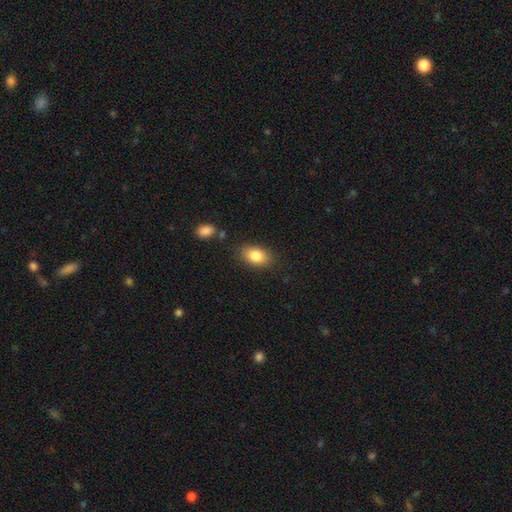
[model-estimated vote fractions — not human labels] A smooth galaxy with no disk features (84%) that is in between round and cigar-shaped (86%).

Vote fractions:
- Smooth or featured? smooth: 84% / featured or disk: 8% / star or artifact: 8%
- How rounded? in between: 86% / round: 13% / cigar-shaped: 2%
- Merging? none: 82% / minor disturbance: 12% / major disturbance: 3% / merger: 3%